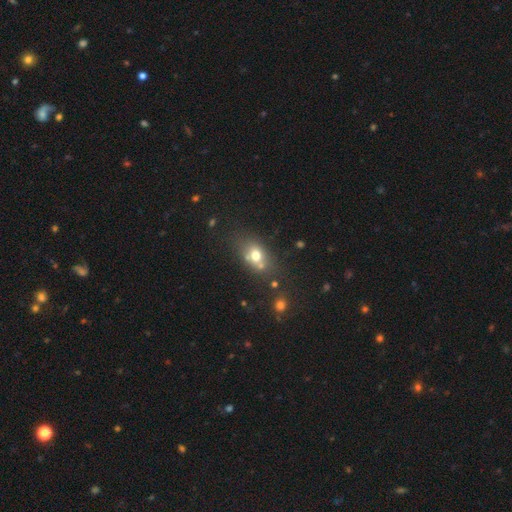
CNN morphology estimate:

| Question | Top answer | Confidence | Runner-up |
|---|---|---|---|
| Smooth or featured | smooth | 67% | featured or disk (20%) |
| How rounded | in between | 64% | round (33%) |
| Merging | none | 54% | merger (24%) |